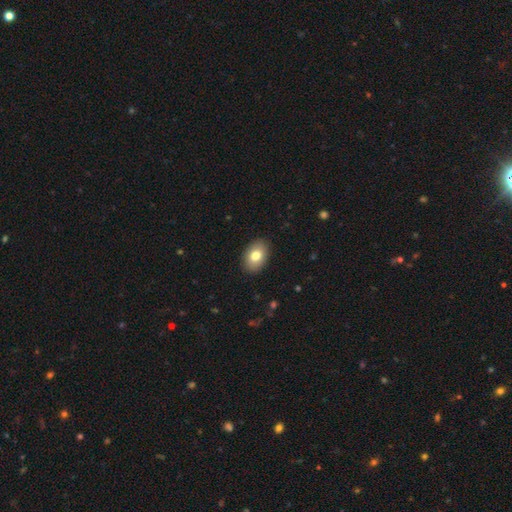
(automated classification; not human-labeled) This is likely a smooth galaxy (80%). How rounded: clearly in between (84%). Merging: clearly none (88%).